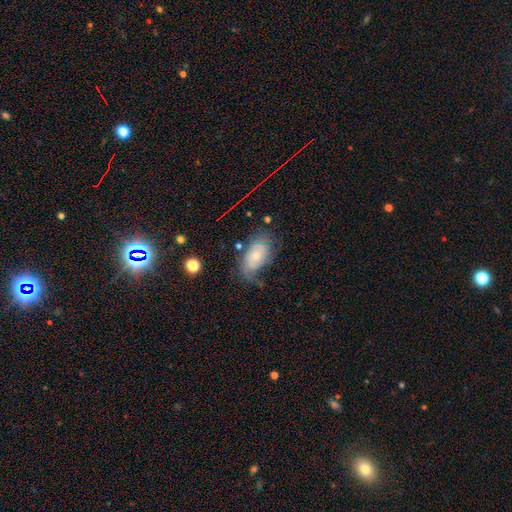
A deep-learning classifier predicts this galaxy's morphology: This is possibly a featured or disk galaxy (57%). It is clearly not viewed edge-on (94%). Bar: likely no (77%). Spiral arm pattern: likely yes (77%). Central bulge: possibly small (50%). Merging: possibly none (50%).